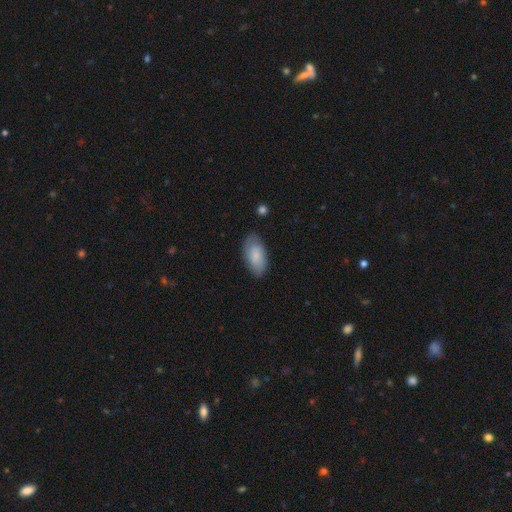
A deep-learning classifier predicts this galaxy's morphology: Smooth or featured? smooth (77%)
How rounded? in between (94%)
Merging? none (78%)